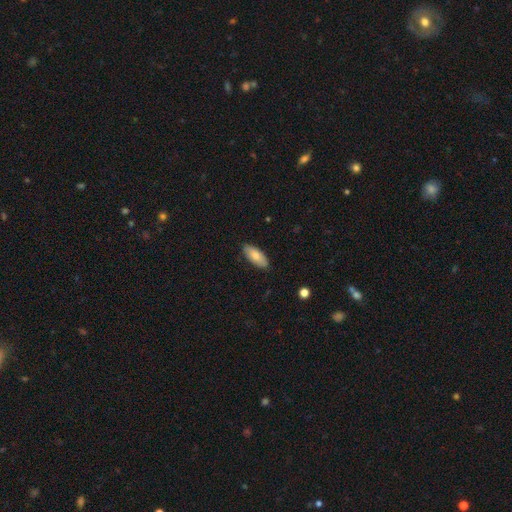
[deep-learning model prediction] This is likely a smooth galaxy (78%). How rounded: clearly in between (85%). Merging: clearly none (86%).